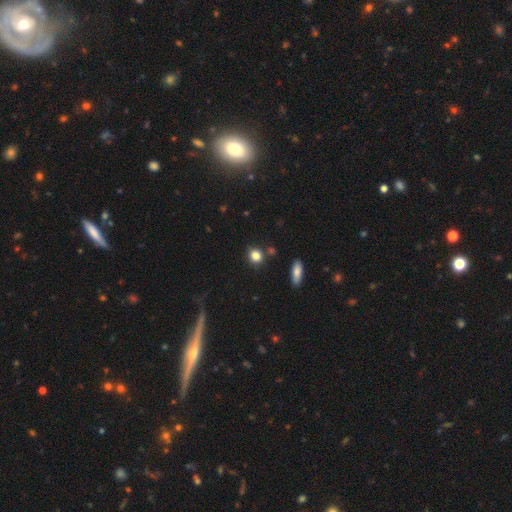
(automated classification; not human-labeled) A smooth galaxy with no disk features (83%) that is round (70%).

Vote fractions:
- Smooth or featured? smooth: 83% / star or artifact: 12% / featured or disk: 6%
- How rounded? round: 70% / in between: 28% / cigar-shaped: 2%
- Merging? none: 80% / minor disturbance: 11% / merger: 6% / major disturbance: 3%